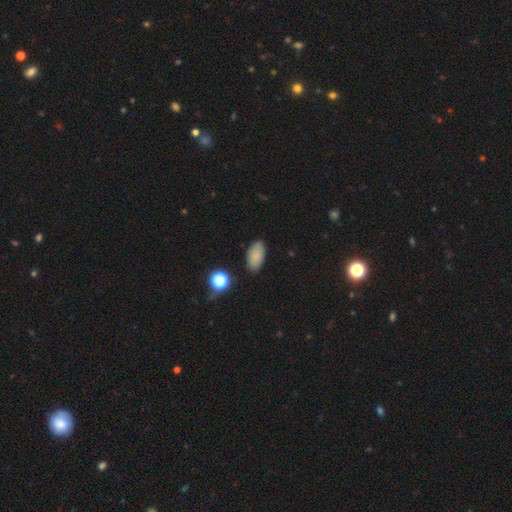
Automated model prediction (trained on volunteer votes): Smooth or featured? smooth (84%)
How rounded? in between (93%)
Merging? none (85%)